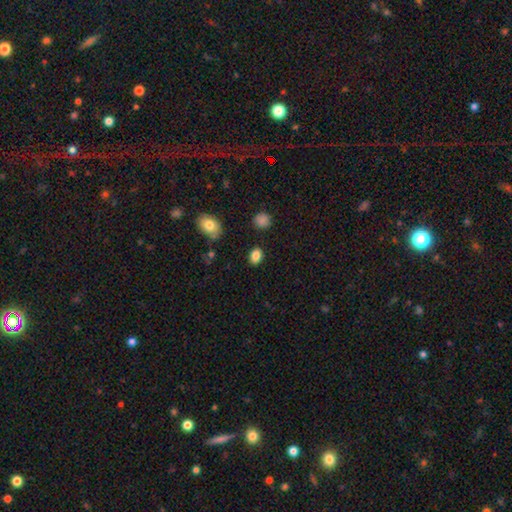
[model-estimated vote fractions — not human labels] Smooth or featured? Predicted: smooth (p=0.86). How rounded? Predicted: in between (p=0.72). Merging? Predicted: none (p=0.87).